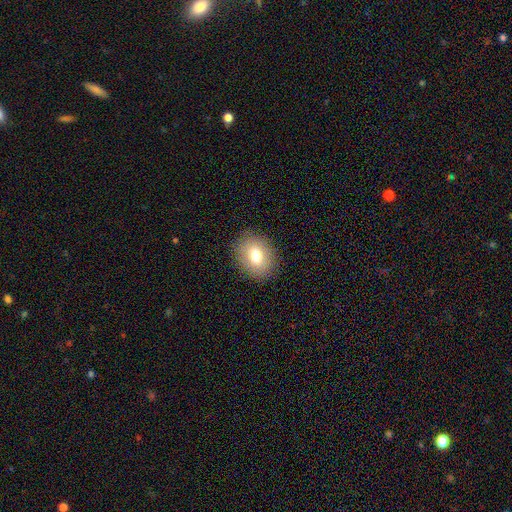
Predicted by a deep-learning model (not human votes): smooth-or-featured: smooth: 74% | featured or disk: 17% | star or artifact: 10%
  how-rounded: in between: 54% | round: 45% | cigar-shaped: 1%
  merging: none: 87% | minor disturbance: 9% | major disturbance: 3% | merger: 1%